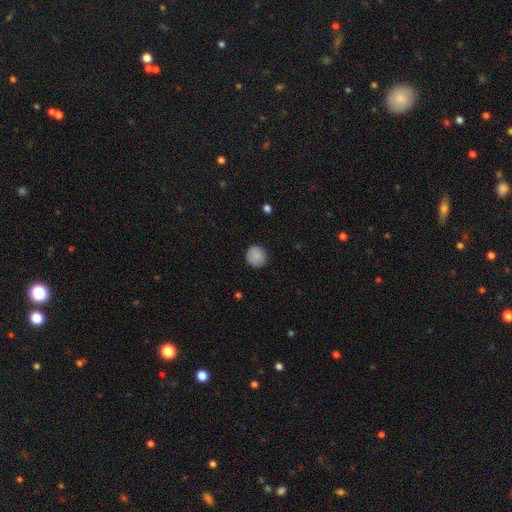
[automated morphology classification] This appears to be a smooth galaxy with no disk features (87%) that is round (91%). Merging: none (87%).